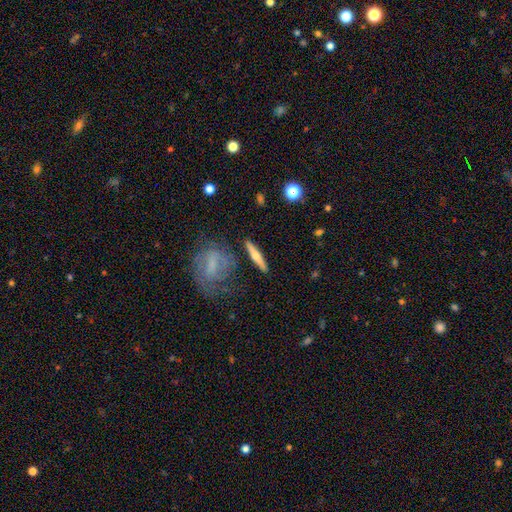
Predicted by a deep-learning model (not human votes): Smooth or featured? featured or disk (53%)
Edge-on disk? yes (92%)
Merging? none (85%)